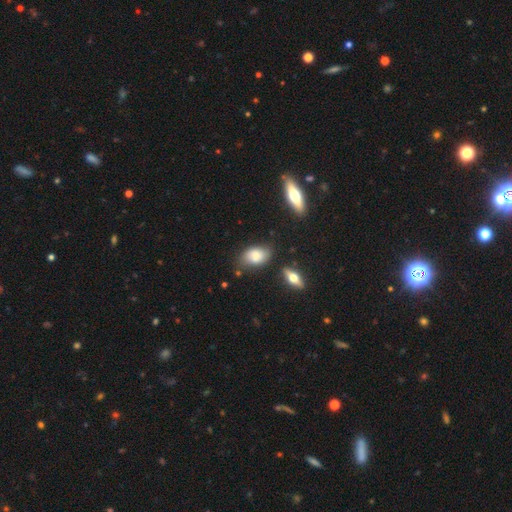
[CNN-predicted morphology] Smooth or featured? smooth (75%)
How rounded? in between (90%)
Merging? none (70%)